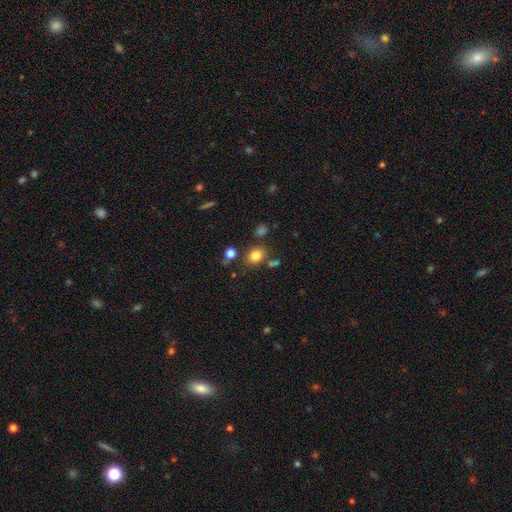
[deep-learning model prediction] This appears to be a smooth galaxy with no disk features (80%) that is round (55%). Merging: none (76%).